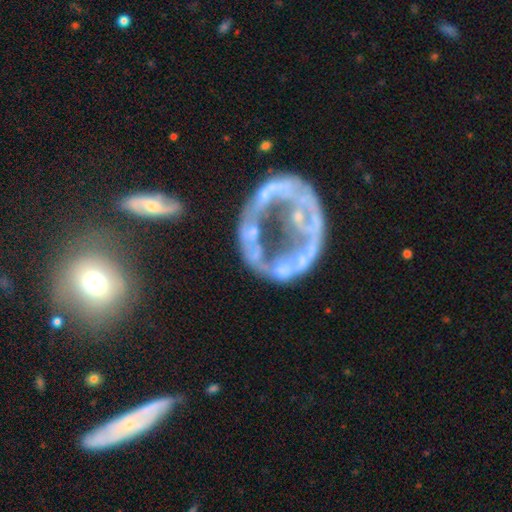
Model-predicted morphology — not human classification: Smooth or featured? featured or disk (62%)
Edge-on disk? no (94%)
Bar? no (67%)
Spiral arms? no (64%)
Bulge size? none (47%)
Merging? merger (41%)